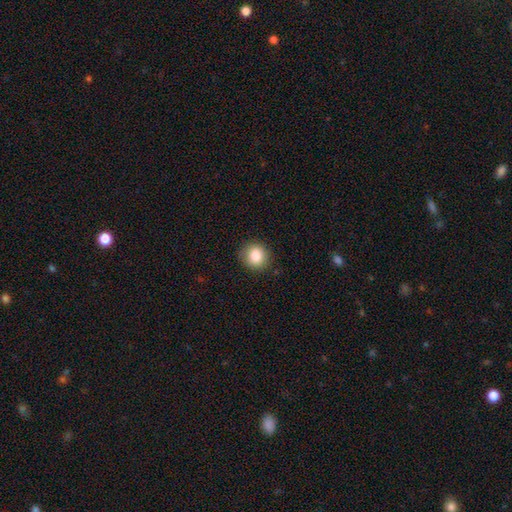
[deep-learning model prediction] The model was most divided on "smooth or featured": smooth: 85%, star or artifact: 9%, featured or disk: 6%. More confident: how rounded — round (89%); merging — none (89%).